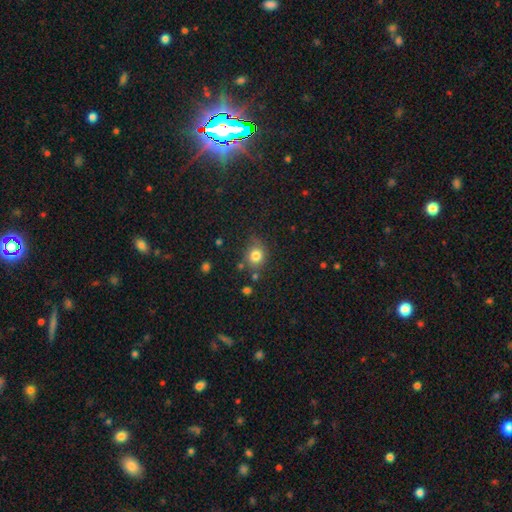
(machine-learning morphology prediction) Smooth or featured?
  - smooth: 80% *
  - star or artifact: 12%
  - featured or disk: 8%
How rounded?
  - round: 72% *
  - in between: 27%
  - cigar-shaped: 1%
Merging?
  - none: 72% *
  - minor disturbance: 18%
  - merger: 5%
  - major disturbance: 5%